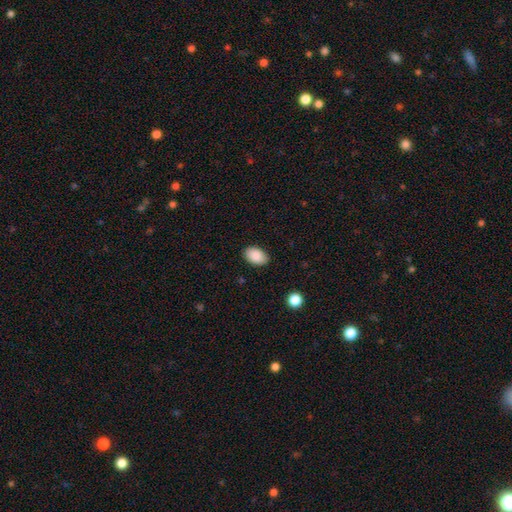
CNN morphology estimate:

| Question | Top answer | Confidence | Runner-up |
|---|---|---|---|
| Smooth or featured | smooth | 89% | star or artifact (7%) |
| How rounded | in between | 90% | round (9%) |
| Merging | none | 87% | minor disturbance (10%) |